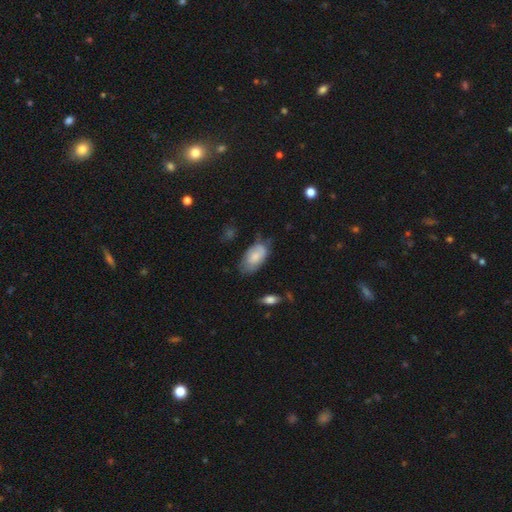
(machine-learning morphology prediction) Smooth or featured: smooth — 75% (featured or disk — 19%)
How rounded: in between — 94% (round — 4%)
Merging: none — 52% (minor disturbance — 35%)